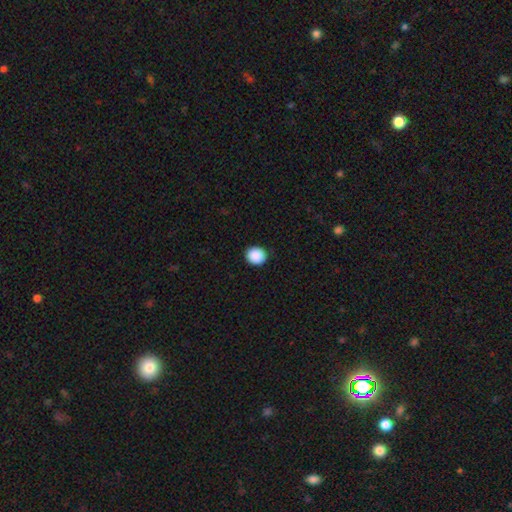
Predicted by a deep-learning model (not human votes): smooth 90%, star or artifact 8%, featured or disk 2%. Down the decision tree: how rounded — round (86%); merging — none (92%).